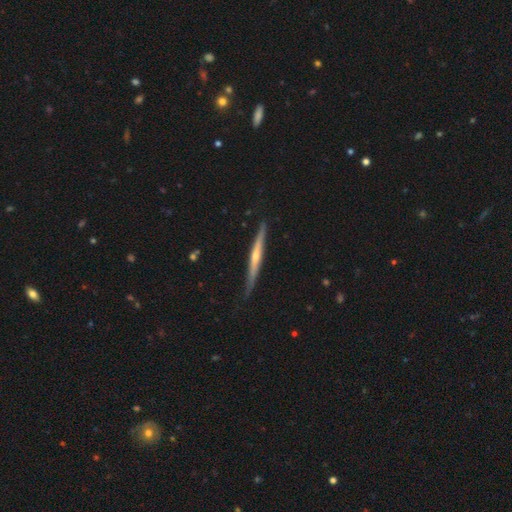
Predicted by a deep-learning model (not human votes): Overall: featured or disk (75%). Edge-on disk: yes (97%). Edge-on bulge: rounded (74%). Merging: none (85%).